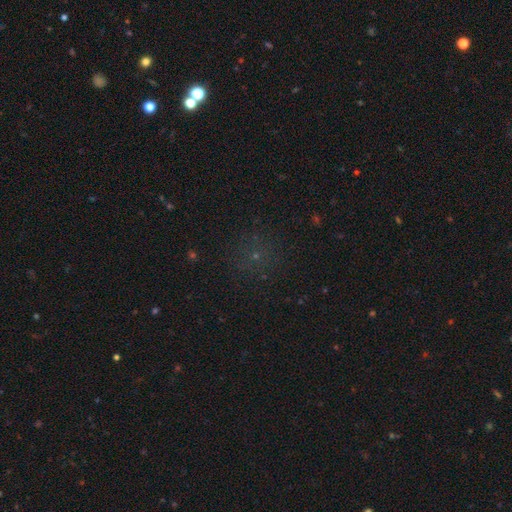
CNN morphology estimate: A star or artifact, not a galaxy (46%).